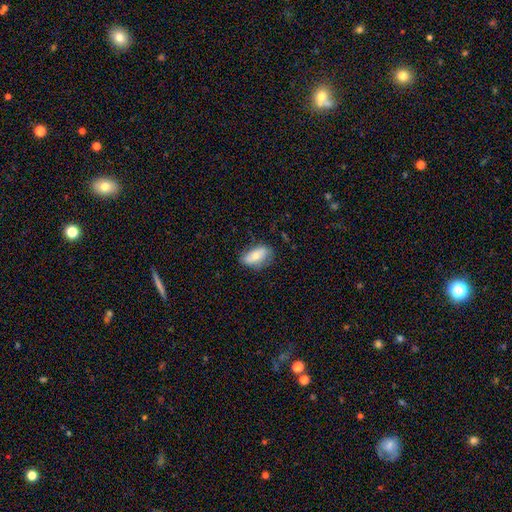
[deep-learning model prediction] smooth_or_featured: smooth (p=0.67) [alt: featured or disk p=0.27]
how_rounded: in between (p=0.90) [alt: cigar-shaped p=0.05]
merging: none (p=0.72) [alt: minor disturbance p=0.22]